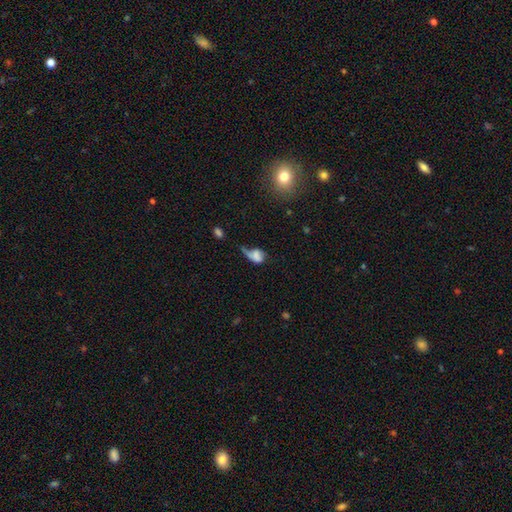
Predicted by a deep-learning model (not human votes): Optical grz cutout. It shows a smooth galaxy with no disk features (59%) that is in between round and cigar-shaped (77%). Merging: major disturbance (42%).